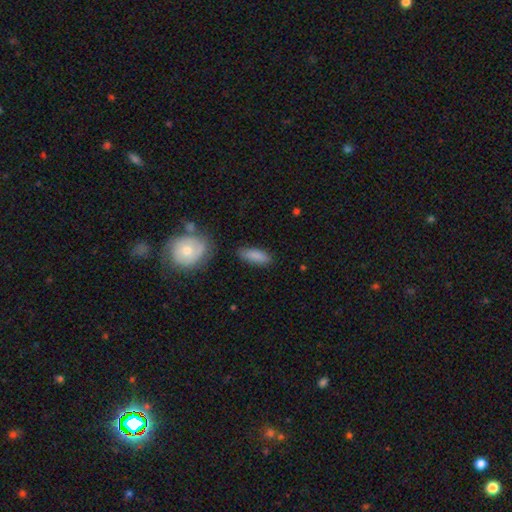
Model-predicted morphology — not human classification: Q: Smooth or featured?
A: smooth (85%); runner-up: featured or disk (8%)
Q: How rounded?
A: in between (70%); runner-up: cigar-shaped (27%)
Q: Merging?
A: none (80%); runner-up: minor disturbance (14%)